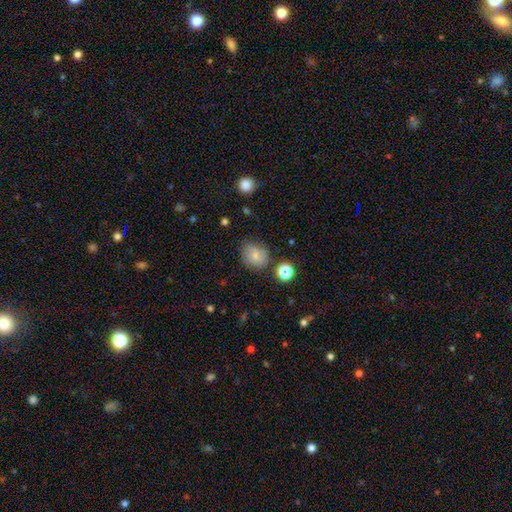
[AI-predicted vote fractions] Smooth or featured? smooth (70%)
How rounded? round (66%)
Merging? none (67%)